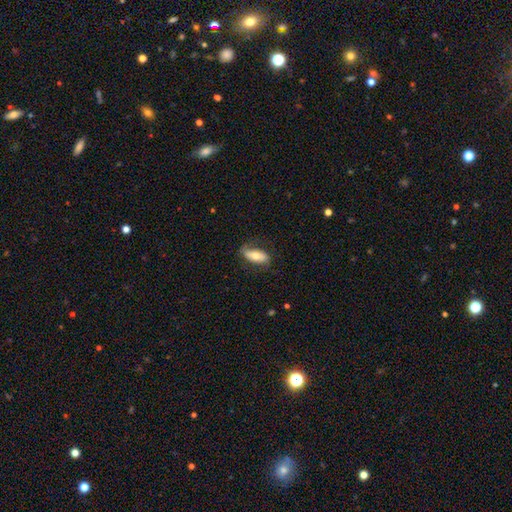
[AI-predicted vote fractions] A smooth galaxy with no disk features (61%) that is in between round and cigar-shaped (76%). Merging: none (70%).